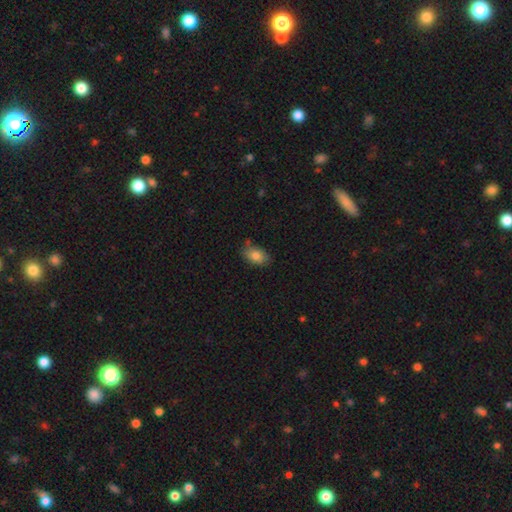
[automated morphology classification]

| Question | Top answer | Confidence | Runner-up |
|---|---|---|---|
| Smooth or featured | smooth | 82% | featured or disk (9%) |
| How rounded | in between | 88% | round (10%) |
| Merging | none | 72% | minor disturbance (21%) |